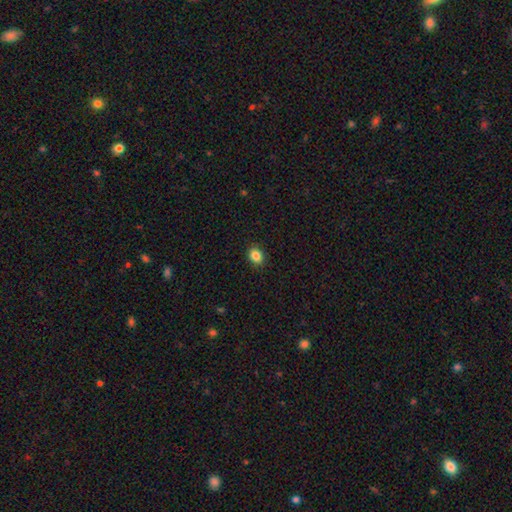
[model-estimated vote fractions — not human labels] Smooth or featured?
  - smooth: 87% *
  - star or artifact: 9%
  - featured or disk: 4%
How rounded?
  - in between: 56% *
  - round: 43%
  - cigar-shaped: 1%
Merging?
  - none: 90% *
  - minor disturbance: 7%
  - major disturbance: 2%
  - merger: 1%